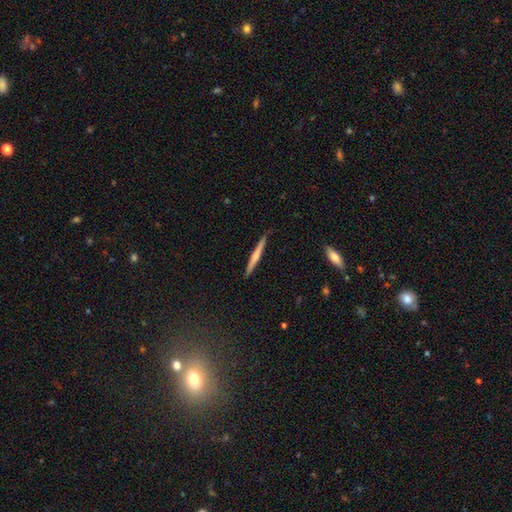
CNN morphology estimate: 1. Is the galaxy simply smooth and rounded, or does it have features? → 50% featured or disk, 44% smooth, 6% star or artifact.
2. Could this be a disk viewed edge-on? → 97% yes, 3% no.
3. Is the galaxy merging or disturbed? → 87% none, 10% minor disturbance, 2% major disturbance, 1% merger.